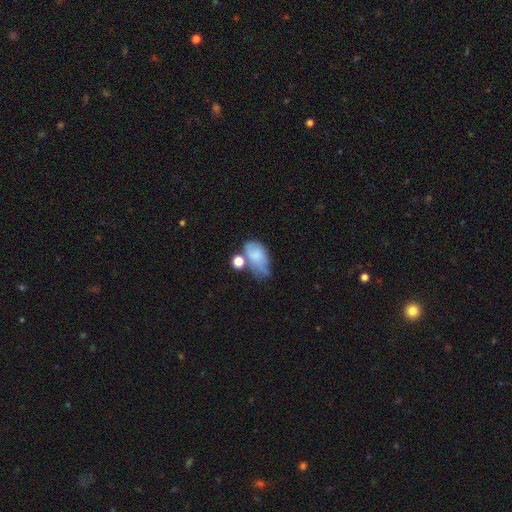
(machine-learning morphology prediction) Smooth or featured?
  - smooth: 69% *
  - featured or disk: 21%
  - star or artifact: 10%
How rounded?
  - in between: 87% *
  - round: 11%
  - cigar-shaped: 2%
Merging?
  - minor disturbance: 30% *
  - none: 26%
  - merger: 23%
  - major disturbance: 21%